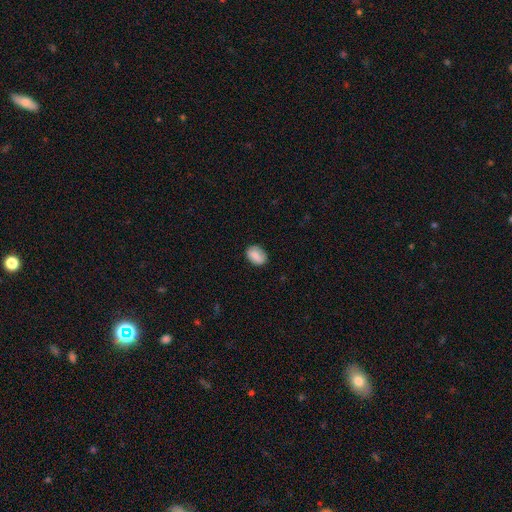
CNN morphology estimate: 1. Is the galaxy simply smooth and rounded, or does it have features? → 80% smooth, 12% featured or disk, 8% star or artifact.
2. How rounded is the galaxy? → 79% in between, 19% round, 1% cigar-shaped.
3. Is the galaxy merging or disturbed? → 81% none, 14% minor disturbance, 3% major disturbance, 1% merger.